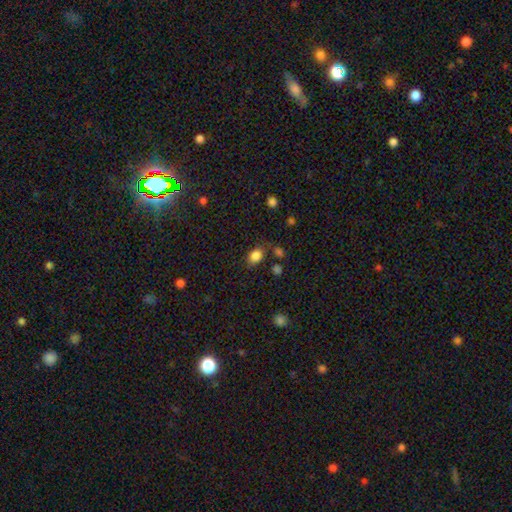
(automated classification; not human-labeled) smooth_or_featured: smooth (p=0.84) [alt: star or artifact p=0.11]
how_rounded: in between (p=0.66) [alt: round p=0.33]
merging: none (p=0.74) [alt: minor disturbance p=0.17]